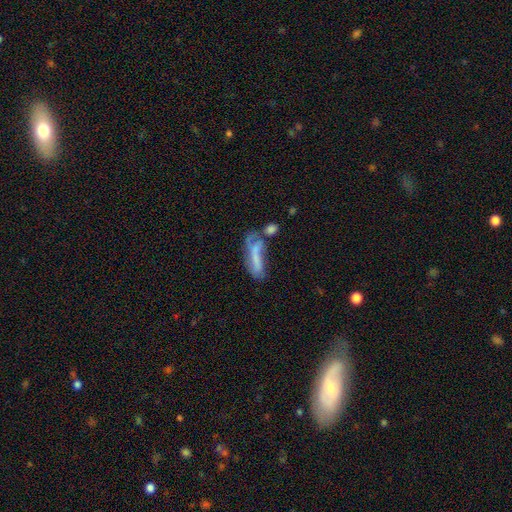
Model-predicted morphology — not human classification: Smooth or featured? smooth (49%)
Merging? merger (28%)